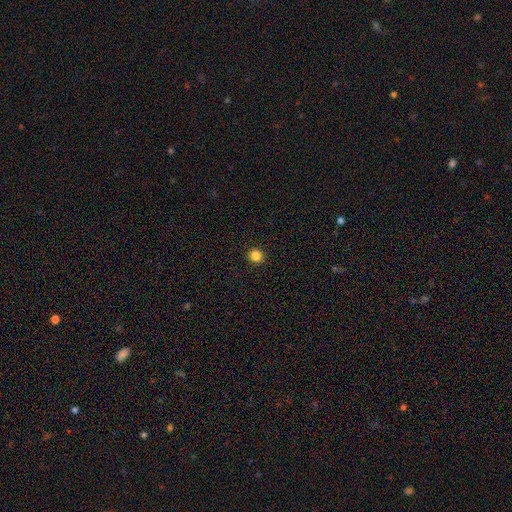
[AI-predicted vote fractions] Overall: smooth (84%). How rounded: round (92%). Merging: none (93%).